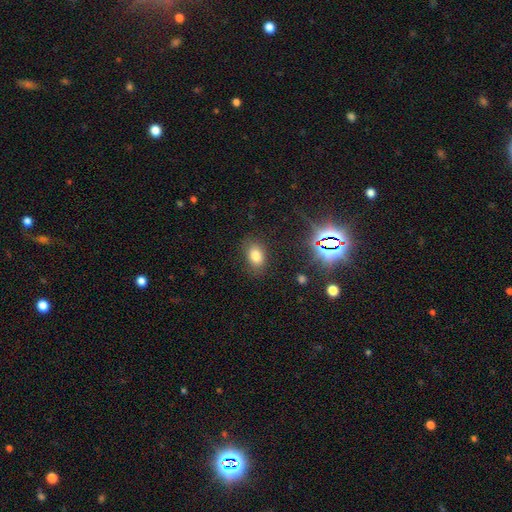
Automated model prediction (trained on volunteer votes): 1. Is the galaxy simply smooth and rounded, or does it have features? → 77% smooth, 16% star or artifact, 8% featured or disk.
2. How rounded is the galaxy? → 81% in between, 17% round, 1% cigar-shaped.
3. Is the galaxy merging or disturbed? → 83% none, 12% minor disturbance, 4% major disturbance, 2% merger.